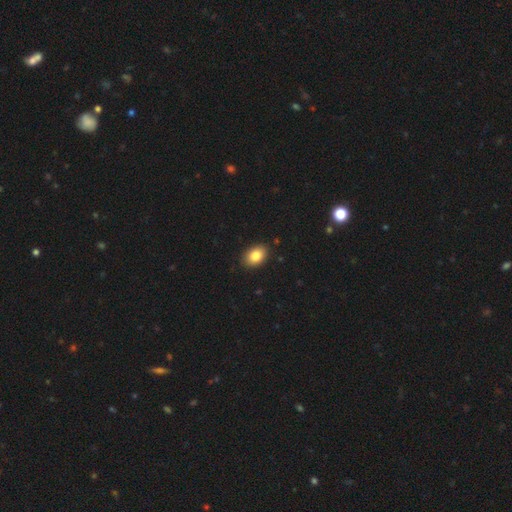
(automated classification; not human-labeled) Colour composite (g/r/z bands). It shows a smooth galaxy with no disk features (85%) that is in between round and cigar-shaped (82%). Merging: none (89%).